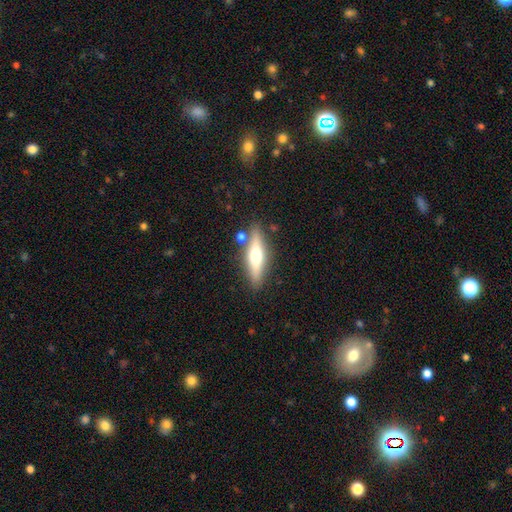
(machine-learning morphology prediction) type=featured or disk (51%); edge-on=yes (91%); merging=none (80%).